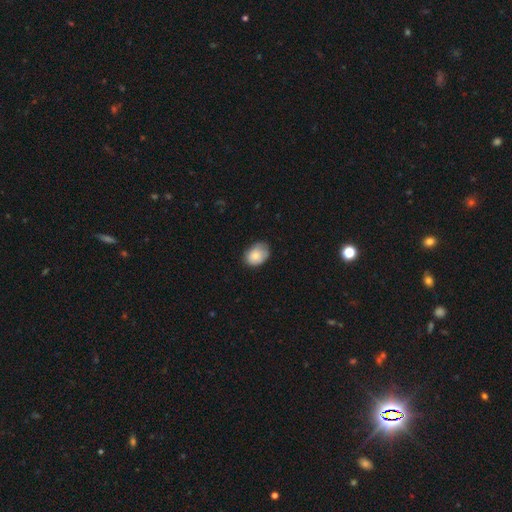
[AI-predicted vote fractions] Q: Smooth or featured?
A: smooth (75%); runner-up: featured or disk (18%)
Q: How rounded?
A: in between (68%); runner-up: round (32%)
Q: Merging?
A: none (60%); runner-up: minor disturbance (32%)